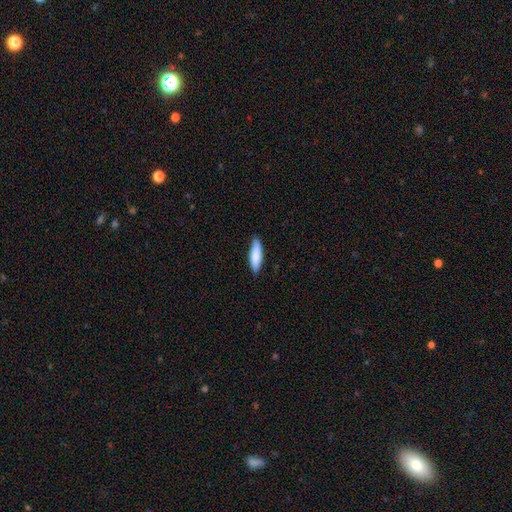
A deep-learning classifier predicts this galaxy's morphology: Smooth or featured?
  - smooth: 85% *
  - featured or disk: 9%
  - star or artifact: 5%
How rounded?
  - cigar-shaped: 59% *
  - in between: 39%
  - round: 1%
Merging?
  - none: 86% *
  - minor disturbance: 12%
  - major disturbance: 2%
  - merger: 1%